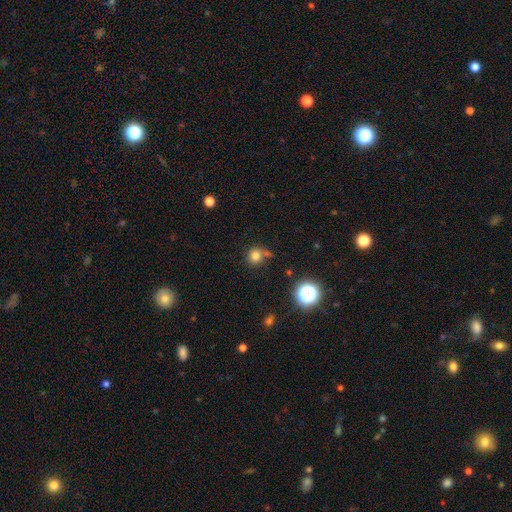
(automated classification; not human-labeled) The model was most divided on "merging": none: 66%, merger: 15%, minor disturbance: 14%, major disturbance: 5%. More confident: how rounded — round (90%); smooth or featured — smooth (78%).